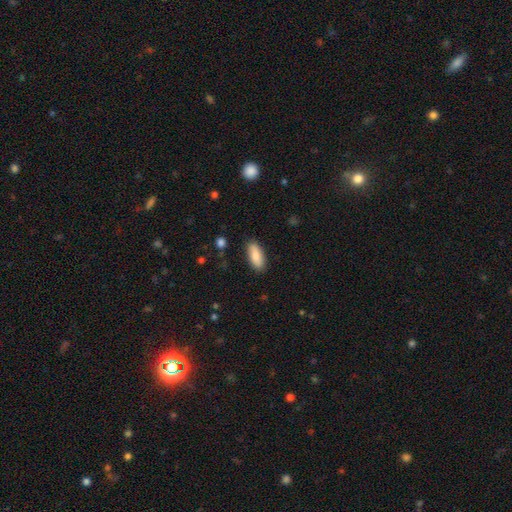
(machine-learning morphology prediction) Overall: smooth (85%). How rounded: in between (78%). Merging: none (86%).